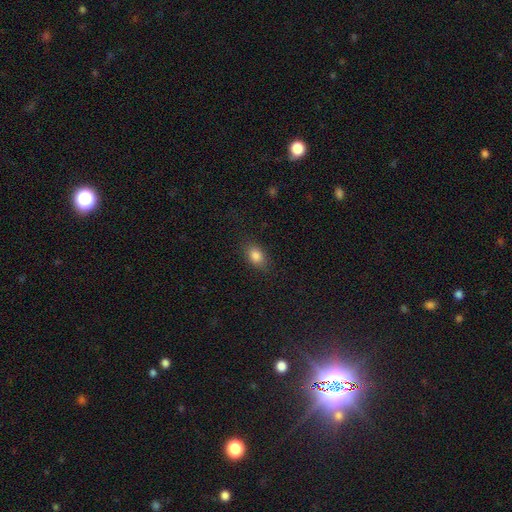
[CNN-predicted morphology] A smooth galaxy with no disk features (84%) that is in between round and cigar-shaped (76%).

Vote fractions:
- Smooth or featured? smooth: 84% / star or artifact: 10% / featured or disk: 6%
- How rounded? in between: 76% / round: 22% / cigar-shaped: 2%
- Merging? none: 83% / minor disturbance: 12% / major disturbance: 4% / merger: 1%